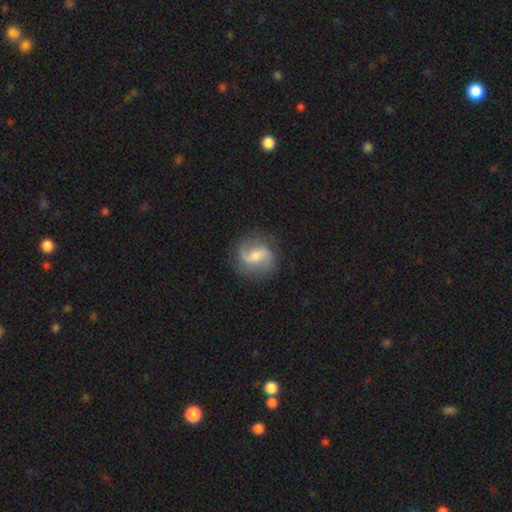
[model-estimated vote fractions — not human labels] Smooth or featured? featured or disk (73%)
Edge-on disk? no (97%)
Bar? weak (51%)
Spiral arms? yes (92%)
Spiral winding? loose (56%)
Spiral arm count? 2 (86%)
Bulge size? moderate (48%)
Merging? none (78%)